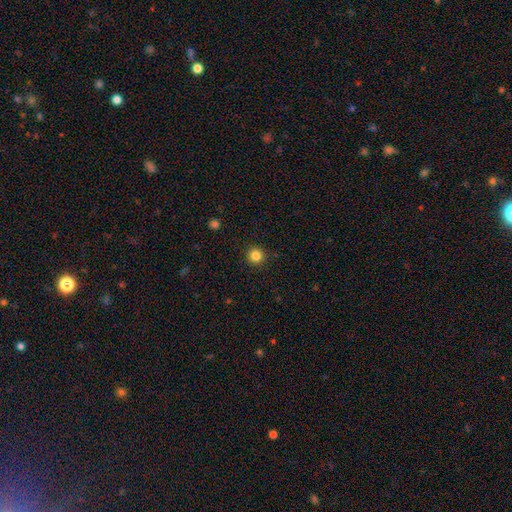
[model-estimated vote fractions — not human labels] smooth_or_featured: smooth (p=0.84) [alt: star or artifact p=0.12]
how_rounded: round (p=0.95) [alt: in between p=0.04]
merging: none (p=0.92) [alt: minor disturbance p=0.05]